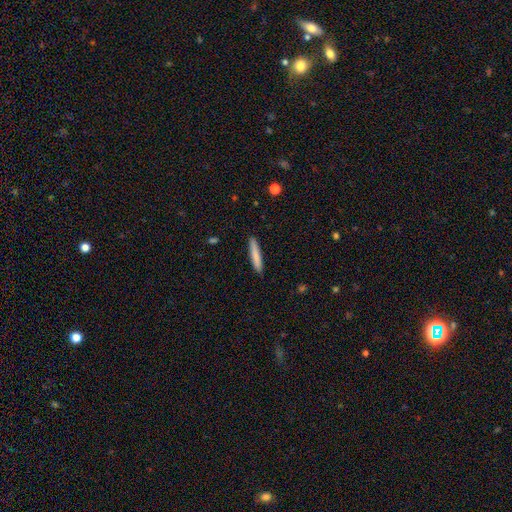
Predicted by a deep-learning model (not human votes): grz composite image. It shows a smooth galaxy with no disk features (82%) that is cigar-shaped (93%). Merging: none (90%).